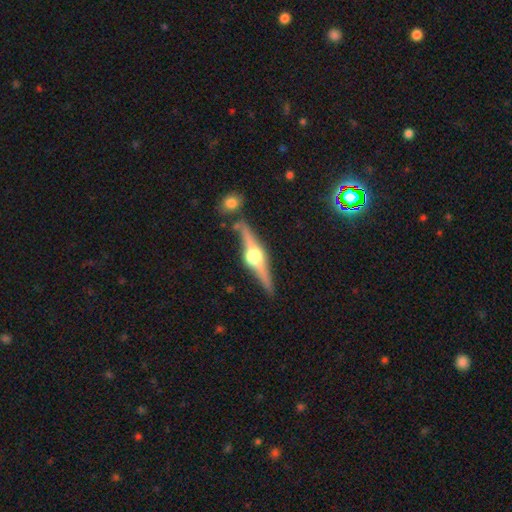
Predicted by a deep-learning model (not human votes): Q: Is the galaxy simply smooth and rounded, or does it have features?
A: featured or disk — 84%.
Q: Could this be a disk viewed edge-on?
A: yes — 98%.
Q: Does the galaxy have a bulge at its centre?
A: rounded — 96%.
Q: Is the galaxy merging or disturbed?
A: none — 83%.